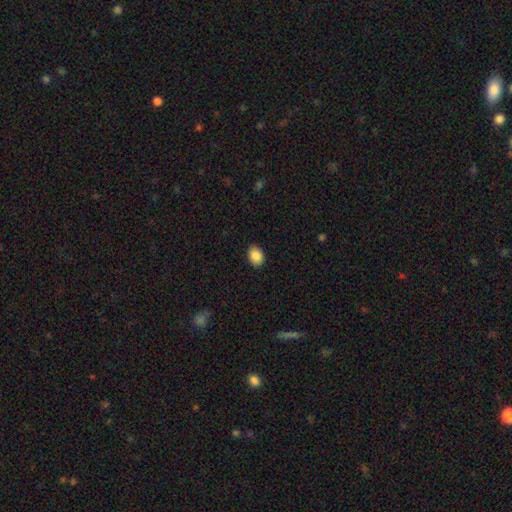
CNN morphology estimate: Smooth or featured? smooth (88%)
How rounded? in between (63%)
Merging? none (88%)